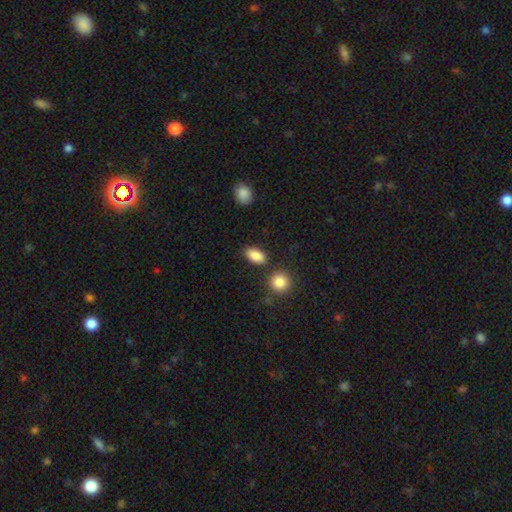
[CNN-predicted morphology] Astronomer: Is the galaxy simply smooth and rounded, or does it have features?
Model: smooth — 89%.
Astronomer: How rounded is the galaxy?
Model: in between — 90%.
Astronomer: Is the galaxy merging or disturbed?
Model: none — 82%.